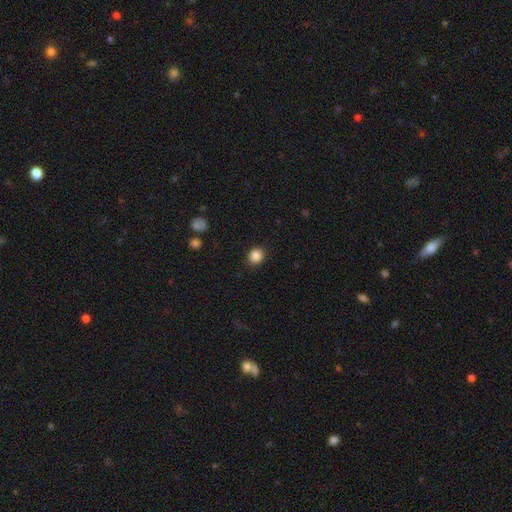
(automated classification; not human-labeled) A smooth galaxy with no disk features (86%) that is round (85%). Merging: none (90%).